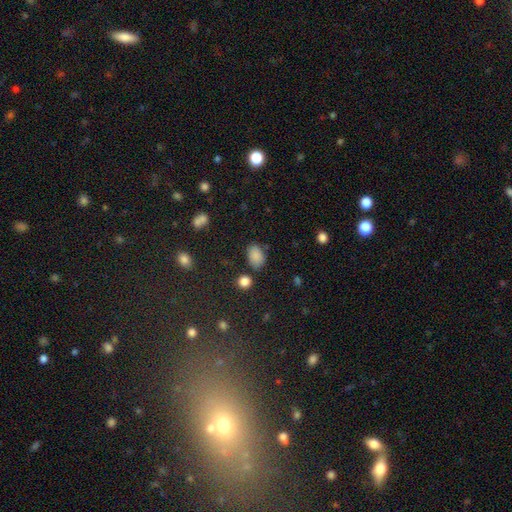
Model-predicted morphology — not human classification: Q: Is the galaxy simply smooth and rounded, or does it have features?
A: smooth — 85%.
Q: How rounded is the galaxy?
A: in between — 87%.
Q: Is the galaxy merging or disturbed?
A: none — 74%.